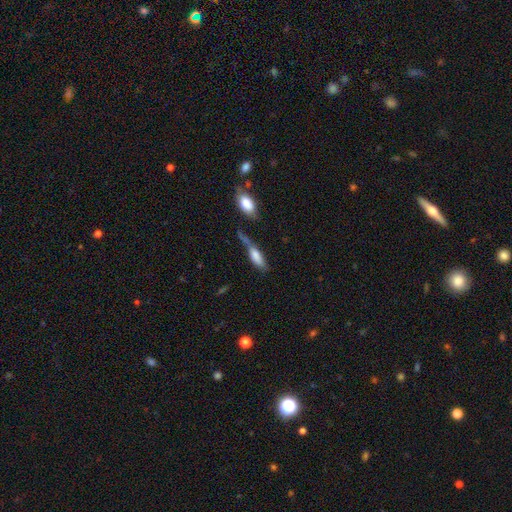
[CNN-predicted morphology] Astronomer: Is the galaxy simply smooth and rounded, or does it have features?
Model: smooth — 74%.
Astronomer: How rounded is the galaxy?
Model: in between — 59% (runner-up: cigar-shaped, 39%).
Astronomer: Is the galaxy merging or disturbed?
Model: merger — 35% (runner-up: none, 30%).